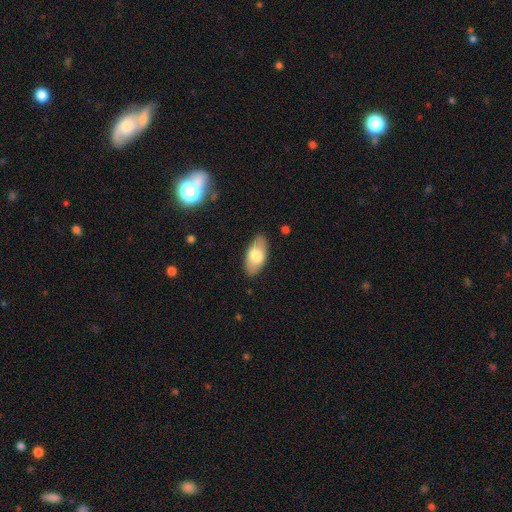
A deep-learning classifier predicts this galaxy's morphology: Smooth or featured: smooth — 71% (featured or disk — 23%)
How rounded: in between — 93% (cigar-shaped — 5%)
Merging: none — 85% (minor disturbance — 11%)